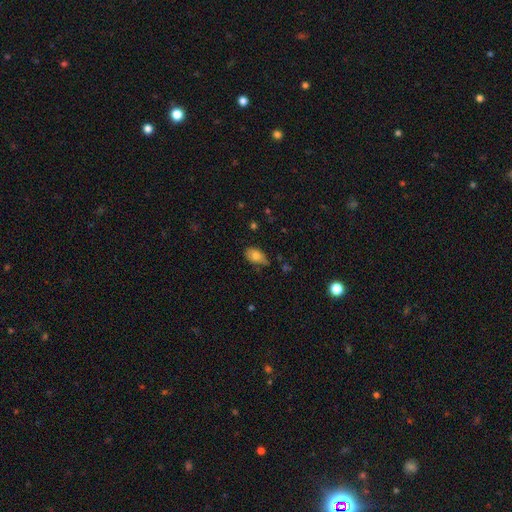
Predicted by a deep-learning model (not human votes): smooth-or-featured: smooth: 76% | featured or disk: 16% | star or artifact: 8%
  how-rounded: in between: 89% | round: 9% | cigar-shaped: 2%
  merging: none: 58% | minor disturbance: 34% | major disturbance: 6% | merger: 2%